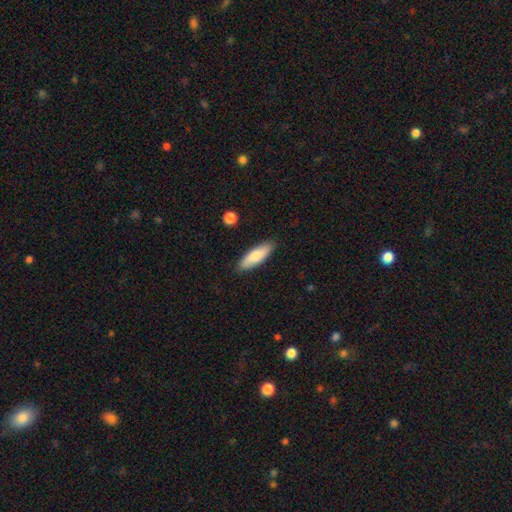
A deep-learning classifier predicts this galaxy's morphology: Overall: smooth (77%). How rounded: in between (53%; cigar-shaped 45%). Merging: none (87%).